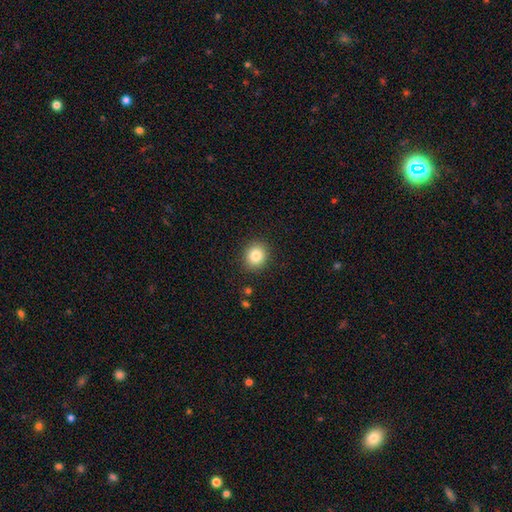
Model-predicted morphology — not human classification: Smooth or featured?
  - smooth: 83% *
  - star or artifact: 10%
  - featured or disk: 7%
How rounded?
  - round: 78% *
  - in between: 21%
  - cigar-shaped: 1%
Merging?
  - none: 90% *
  - minor disturbance: 7%
  - major disturbance: 2%
  - merger: 1%